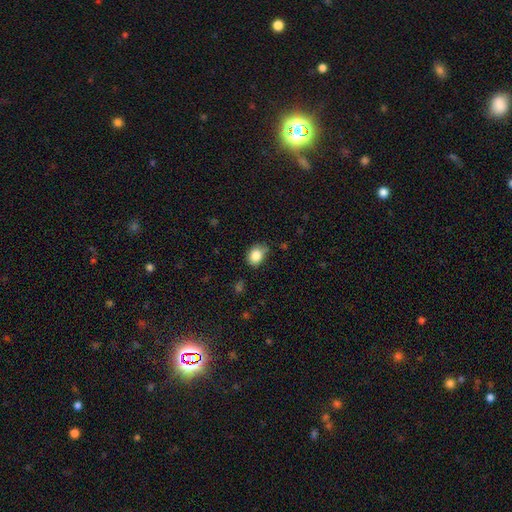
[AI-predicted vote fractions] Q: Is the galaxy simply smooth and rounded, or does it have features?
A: smooth — 84%.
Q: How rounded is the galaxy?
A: in between — 58%.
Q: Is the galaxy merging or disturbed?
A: none — 60%.